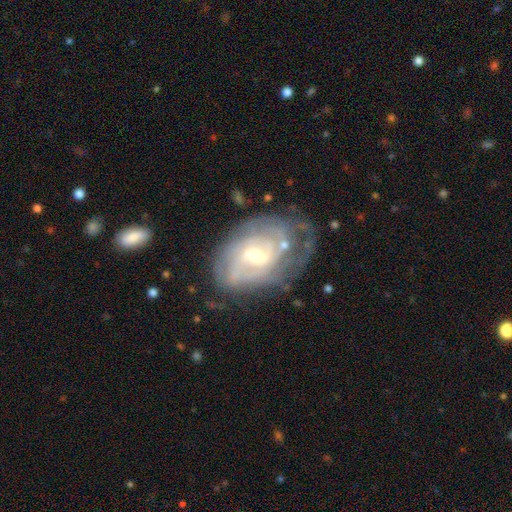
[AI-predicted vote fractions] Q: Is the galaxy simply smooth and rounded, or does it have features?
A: featured or disk — 82%.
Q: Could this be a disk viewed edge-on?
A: no — 96%.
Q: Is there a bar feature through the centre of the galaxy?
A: weak — 52%.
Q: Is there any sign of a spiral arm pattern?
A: yes — 89%.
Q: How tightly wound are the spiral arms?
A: tight — 59%.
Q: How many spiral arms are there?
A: can't tell — 46%.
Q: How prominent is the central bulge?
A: moderate — 54%.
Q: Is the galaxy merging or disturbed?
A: none — 51%.